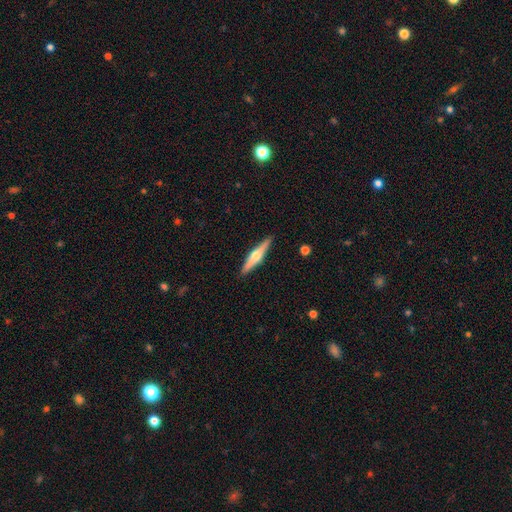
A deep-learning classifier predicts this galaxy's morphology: smooth-or-featured: featured or disk: 67% | smooth: 28% | star or artifact: 5%
  disk-edge-on: yes: 97% | no: 3%
    edge-on-bulge: rounded: 94% | boxy: 3% | none: 3%
  merging: none: 91% | minor disturbance: 6% | major disturbance: 1% | merger: 1%